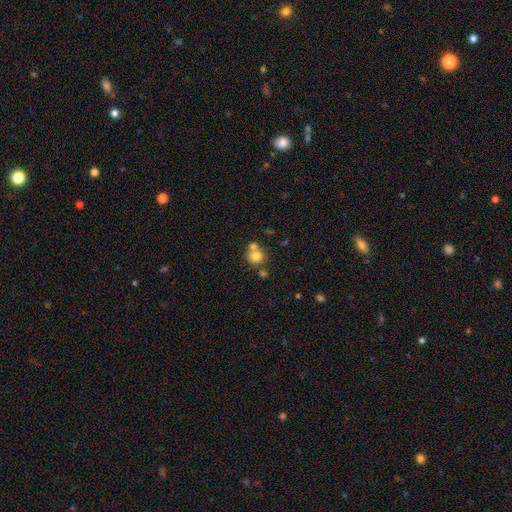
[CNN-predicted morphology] smooth_or_featured: smooth (p=0.76) [alt: star or artifact p=0.12]
how_rounded: round (p=0.88) [alt: in between p=0.11]
merging: none (p=0.54) [alt: merger p=0.35]